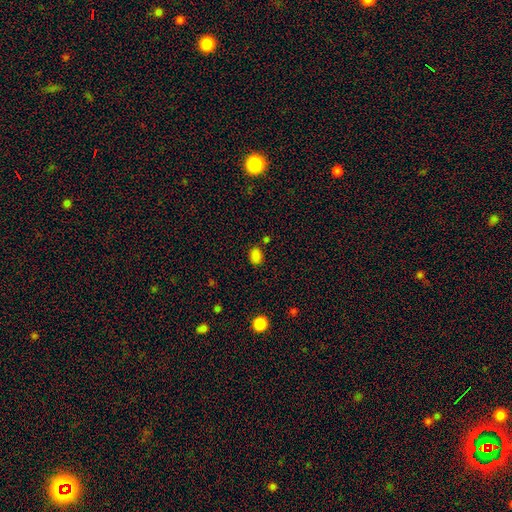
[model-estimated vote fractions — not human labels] Smooth or featured? smooth (83%)
How rounded? in between (74%)
Merging? none (78%)